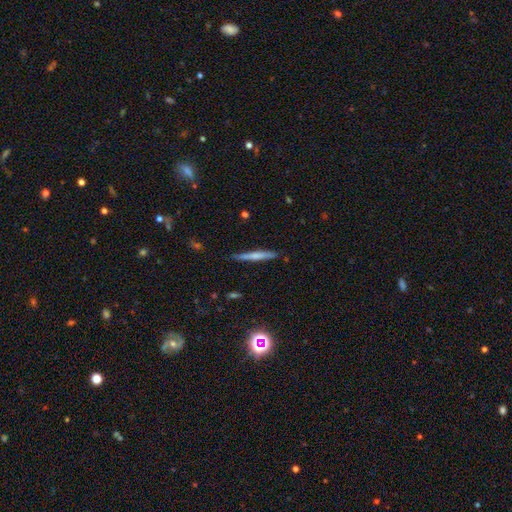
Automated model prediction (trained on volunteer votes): smooth_or_featured: smooth (p=0.50) [alt: featured or disk p=0.43]
merging: none (p=0.87) [alt: minor disturbance p=0.10]